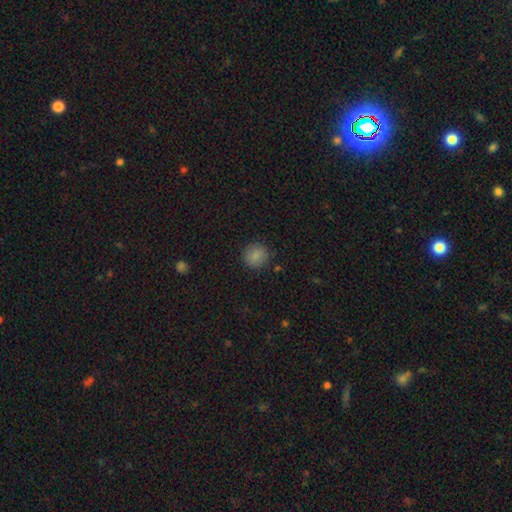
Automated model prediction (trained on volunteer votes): A smooth galaxy with no disk features (85%) that is round (88%).

Vote fractions:
- Smooth or featured? smooth: 85% / star or artifact: 10% / featured or disk: 5%
- How rounded? round: 88% / in between: 11% / cigar-shaped: 1%
- Merging? none: 86% / minor disturbance: 10% / major disturbance: 3% / merger: 1%